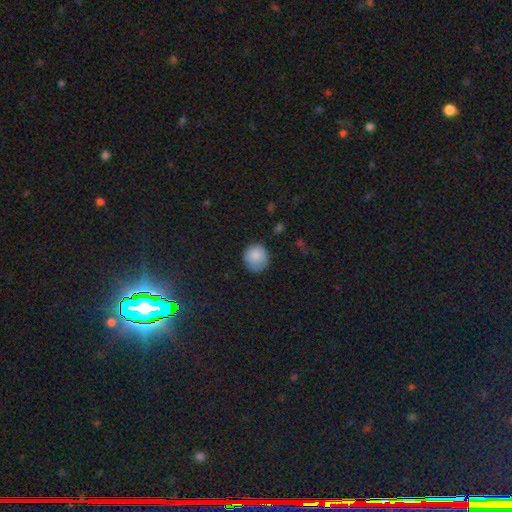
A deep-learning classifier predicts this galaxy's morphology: This appears to be a smooth galaxy with no disk features (85%) that is round (90%). Merging: none (75%).